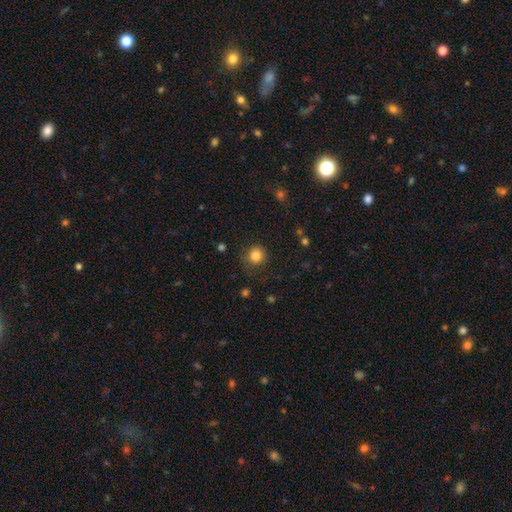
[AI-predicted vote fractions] Morphology: type=smooth (84%); roundness=round (91%); merging=none (80%).